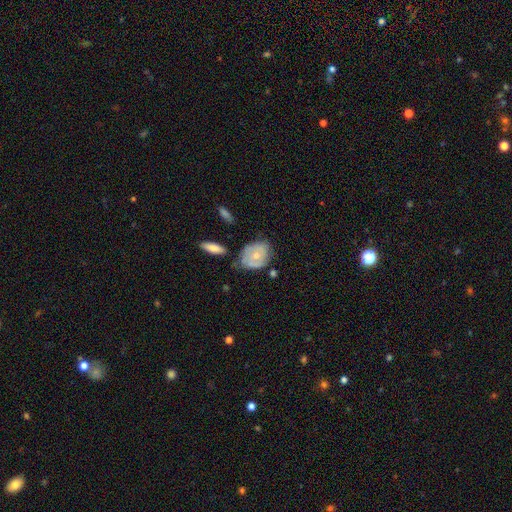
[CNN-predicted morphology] The model was most divided on "smooth or featured": featured or disk: 48%, smooth: 47%, star or artifact: 6%. More confident: merging — none (51%).